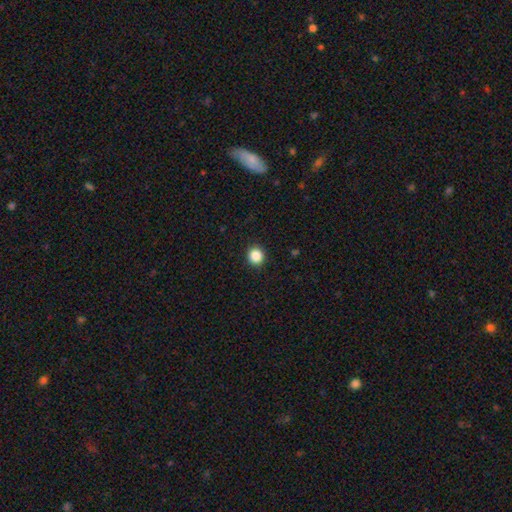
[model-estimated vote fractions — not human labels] smooth-or-featured: smooth: 87% | star or artifact: 10% | featured or disk: 3%
  how-rounded: round: 91% | in between: 8% | cigar-shaped: 1%
  merging: none: 92% | minor disturbance: 5% | major disturbance: 2% | merger: 1%